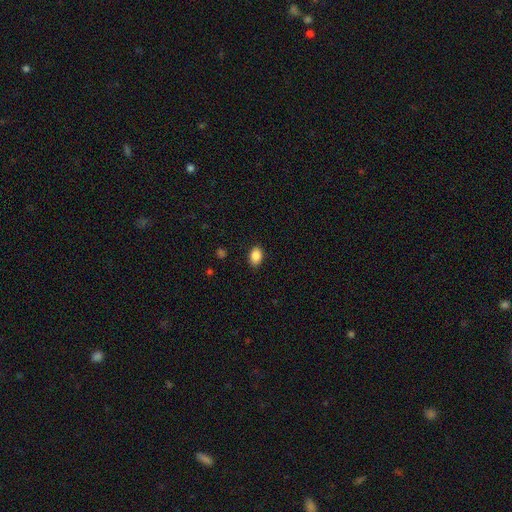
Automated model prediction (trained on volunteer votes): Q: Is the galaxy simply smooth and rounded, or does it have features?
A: smooth — 89%.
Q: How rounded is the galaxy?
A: in between — 82%.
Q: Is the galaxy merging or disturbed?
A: none — 87%.